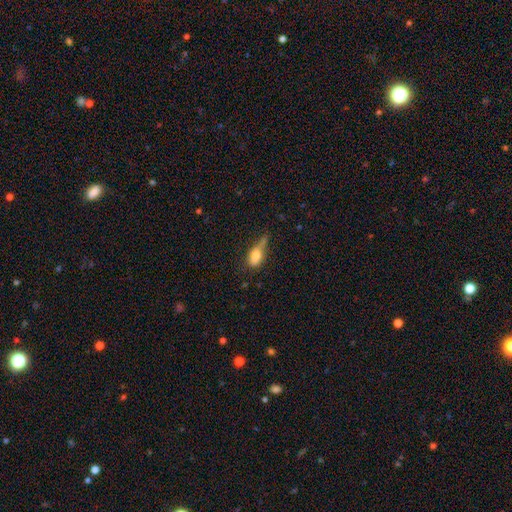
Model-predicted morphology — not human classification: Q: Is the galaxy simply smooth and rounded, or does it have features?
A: smooth — 72%.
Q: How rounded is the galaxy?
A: in between — 77%.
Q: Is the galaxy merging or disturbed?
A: minor disturbance — 37%.